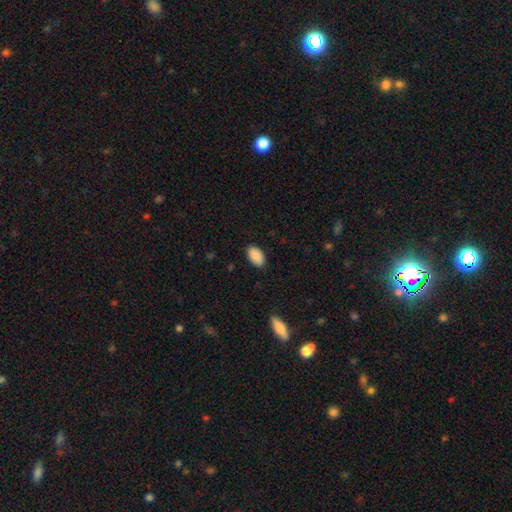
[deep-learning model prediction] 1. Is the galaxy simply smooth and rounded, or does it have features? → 90% smooth, 7% star or artifact, 3% featured or disk.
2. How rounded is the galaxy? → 94% in between, 5% round, 1% cigar-shaped.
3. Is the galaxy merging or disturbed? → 87% none, 10% minor disturbance, 2% major disturbance, 1% merger.